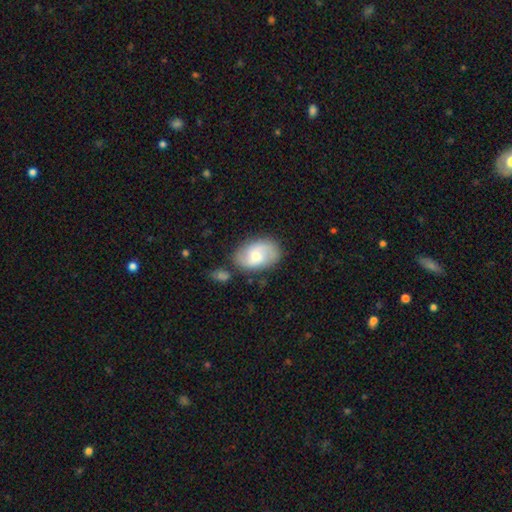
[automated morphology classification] Smooth or featured? featured or disk (63%)
Edge-on disk? no (96%)
Bar? no (51%)
Spiral arms? yes (90%)
Spiral winding? medium (46%)
Spiral arm count? 2 (81%)
Bulge size? moderate (54%)
Merging? none (74%)